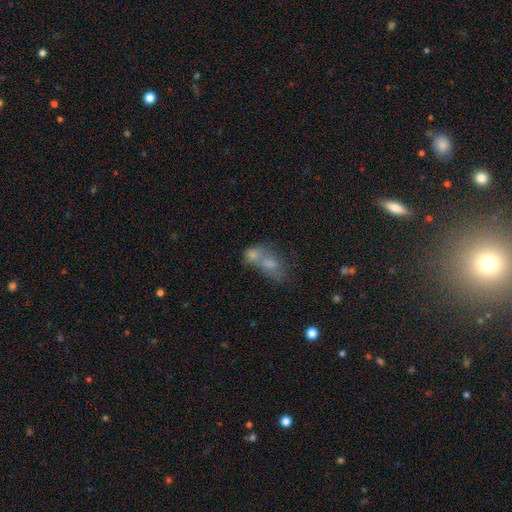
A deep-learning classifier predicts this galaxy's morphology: The model was most divided on "smooth or featured": smooth: 71%, featured or disk: 19%, star or artifact: 10%. More confident: how rounded — in between (79%); merging — merger (69%).